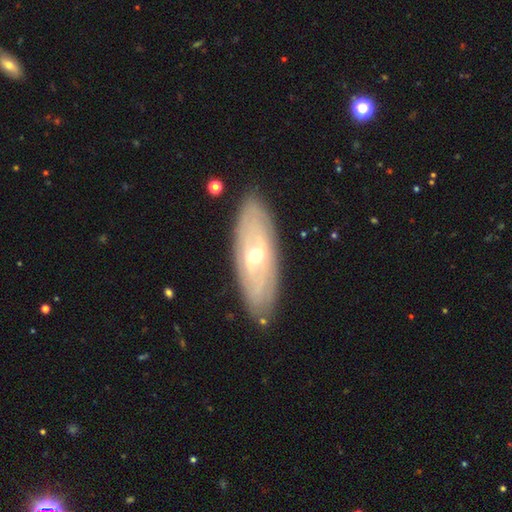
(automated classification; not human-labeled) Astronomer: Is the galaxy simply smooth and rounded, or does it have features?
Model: featured or disk — 71%.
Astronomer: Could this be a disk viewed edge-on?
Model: no — 77%.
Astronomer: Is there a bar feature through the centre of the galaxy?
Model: no — 50% (runner-up: weak, 37%).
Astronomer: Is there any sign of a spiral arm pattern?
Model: yes — 62% (runner-up: no, 38%).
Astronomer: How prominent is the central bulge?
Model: moderate — 58% (runner-up: small, 38%).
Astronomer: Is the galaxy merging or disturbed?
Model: none — 86%.